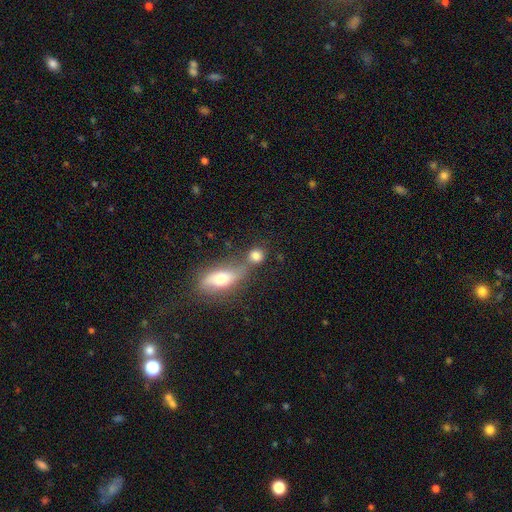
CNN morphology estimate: Overall: smooth (78%). How rounded: round (71%). Merging: none (51%; merger 34%).